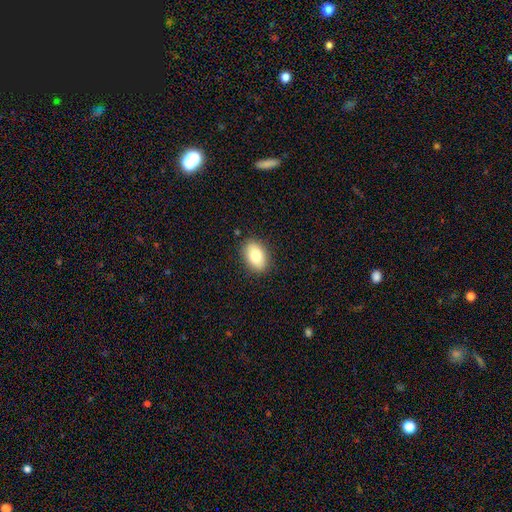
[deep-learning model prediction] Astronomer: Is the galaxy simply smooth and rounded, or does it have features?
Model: smooth — 81%.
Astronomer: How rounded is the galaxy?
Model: in between — 87%.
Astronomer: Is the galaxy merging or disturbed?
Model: none — 87%.